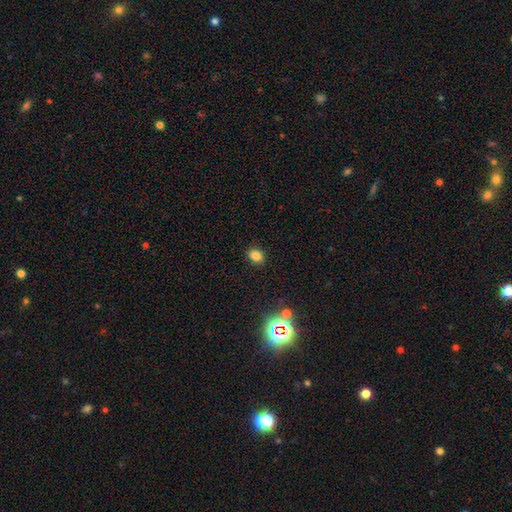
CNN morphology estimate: Smooth or featured? smooth (78%)
How rounded? round (51%)
Merging? none (88%)